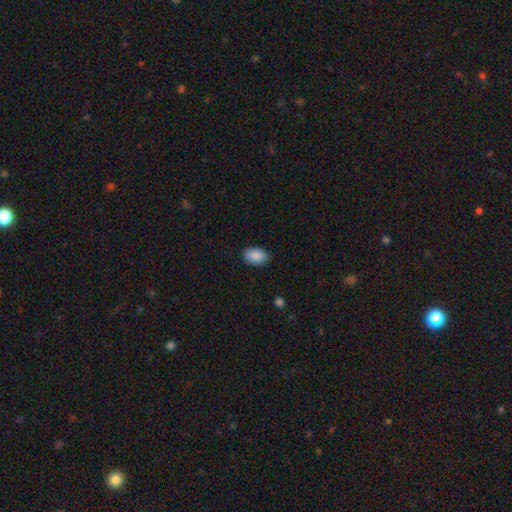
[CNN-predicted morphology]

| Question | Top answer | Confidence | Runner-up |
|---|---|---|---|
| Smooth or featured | smooth | 90% | star or artifact (7%) |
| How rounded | in between | 87% | round (12%) |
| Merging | none | 87% | minor disturbance (9%) |